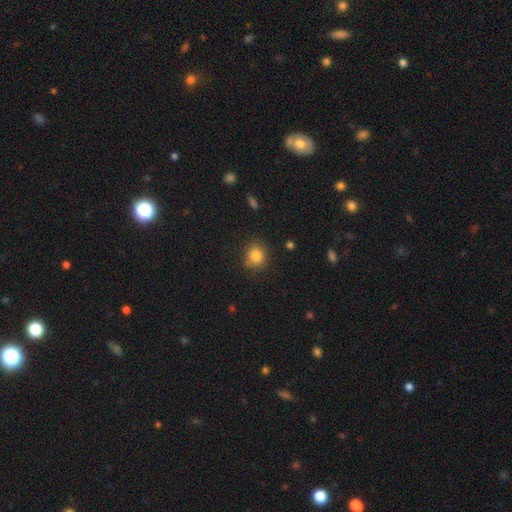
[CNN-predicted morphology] smooth 83%, star or artifact 10%, featured or disk 6%. Down the decision tree: how rounded — round (74%); merging — none (78%).